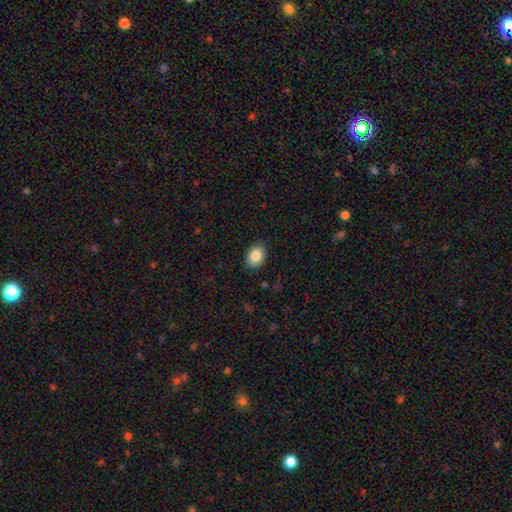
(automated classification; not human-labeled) This appears to be a smooth galaxy with no disk features (87%) that is in between round and cigar-shaped (73%). Merging: none (85%).